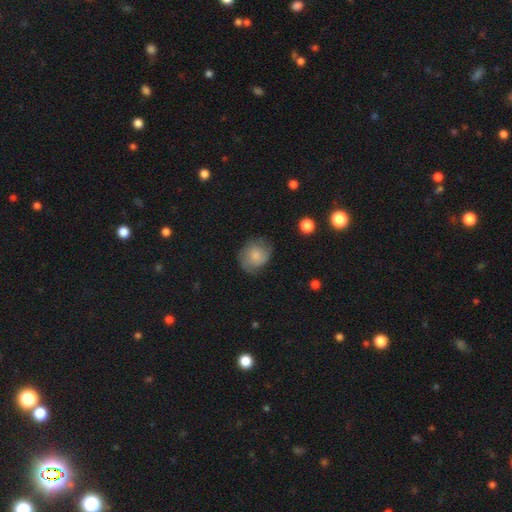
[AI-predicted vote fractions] smooth-or-featured: smooth: 69% | featured or disk: 23% | star or artifact: 8%
  how-rounded: round: 65% | in between: 34% | cigar-shaped: 1%
  merging: none: 65% | minor disturbance: 25% | major disturbance: 9% | merger: 1%